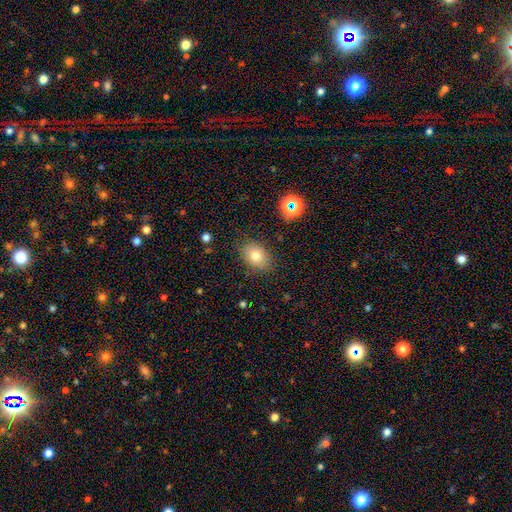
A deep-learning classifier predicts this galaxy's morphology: A smooth galaxy with no disk features (76%) that is in between round and cigar-shaped (72%). Merging: none (83%).